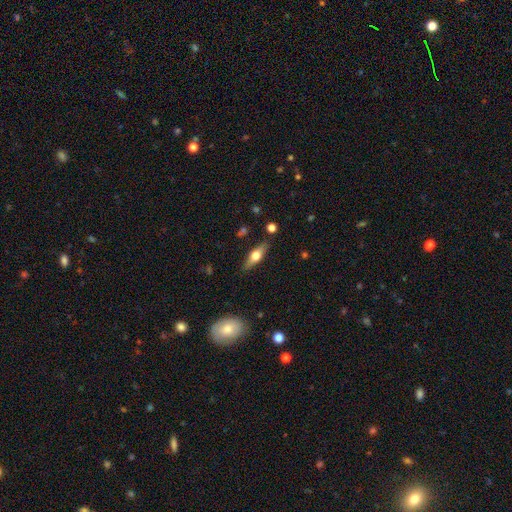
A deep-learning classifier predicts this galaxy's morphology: smooth_or_featured: featured or disk (p=0.52) [alt: smooth p=0.41]
disk_edge_on: yes (p=0.90) [alt: no p=0.10]
merging: none (p=0.85) [alt: minor disturbance p=0.10]